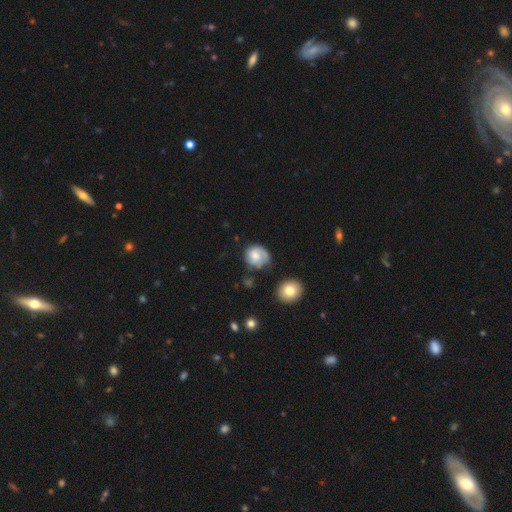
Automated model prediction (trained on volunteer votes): smooth 59%, featured or disk 33%, star or artifact 8%. Down the decision tree: how rounded — round (76%); merging — none (57%).